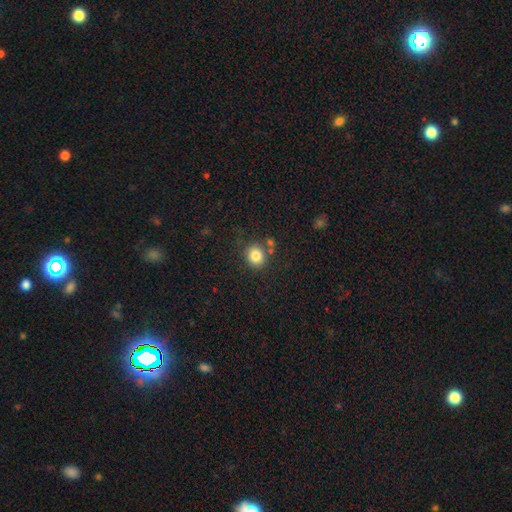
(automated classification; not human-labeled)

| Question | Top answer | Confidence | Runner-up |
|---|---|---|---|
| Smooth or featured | smooth | 82% | star or artifact (11%) |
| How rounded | round | 84% | in between (15%) |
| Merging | none | 79% | minor disturbance (10%) |